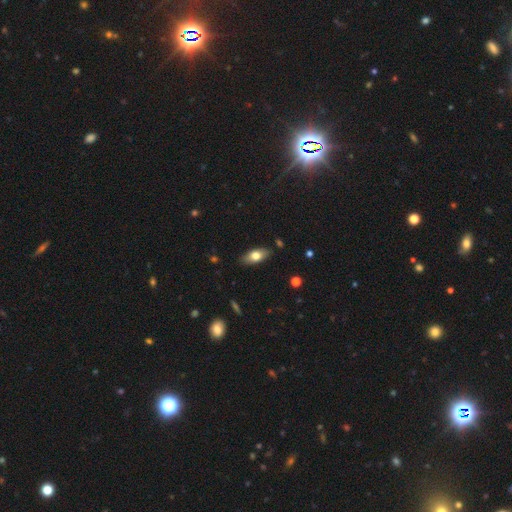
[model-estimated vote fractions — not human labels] A smooth galaxy with no disk features (74%) that is in between round and cigar-shaped (85%).

Vote fractions:
- Smooth or featured? smooth: 74% / featured or disk: 20% / star or artifact: 7%
- How rounded? in between: 85% / cigar-shaped: 12% / round: 4%
- Merging? none: 85% / minor disturbance: 12% / major disturbance: 2% / merger: 2%